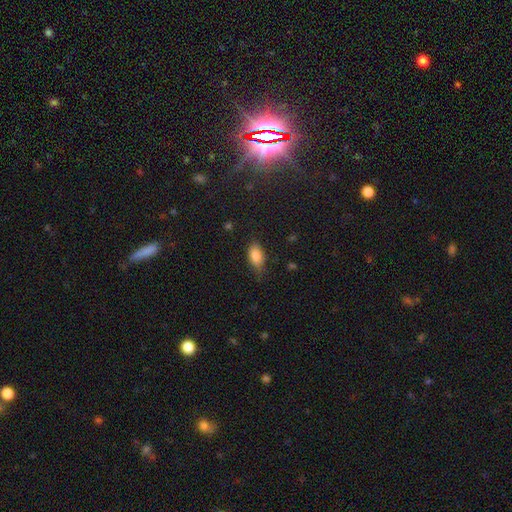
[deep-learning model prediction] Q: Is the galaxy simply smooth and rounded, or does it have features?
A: smooth — 84%.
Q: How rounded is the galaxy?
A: in between — 90%.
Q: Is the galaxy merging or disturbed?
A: none — 69%.